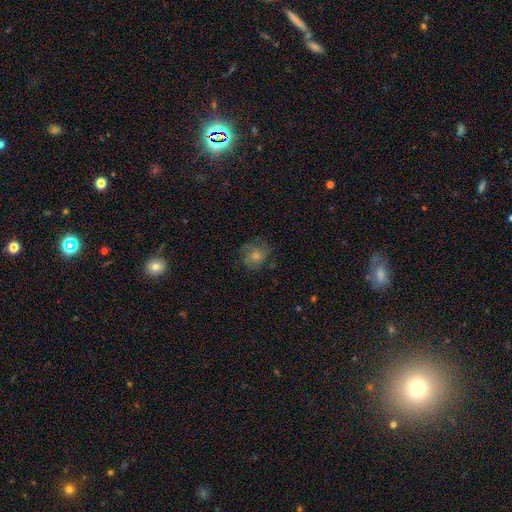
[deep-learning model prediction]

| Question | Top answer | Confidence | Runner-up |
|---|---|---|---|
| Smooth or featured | featured or disk | 50% | smooth (27%) |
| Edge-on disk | no | 97% | yes (3%) |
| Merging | none | 74% | minor disturbance (15%) |